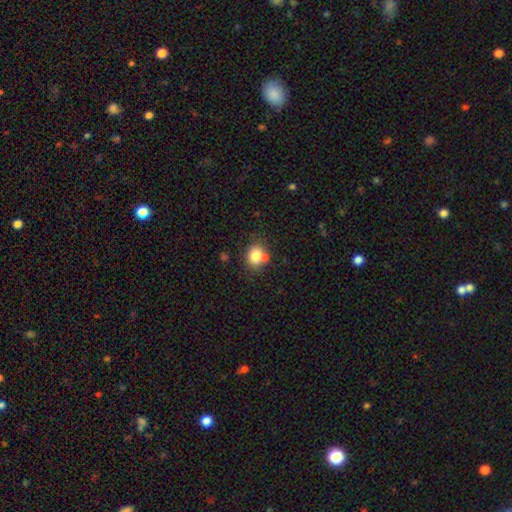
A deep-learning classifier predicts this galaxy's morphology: Overall: smooth (79%). How rounded: round (63%; in between 36%). Merging: none (60%; merger 23%).